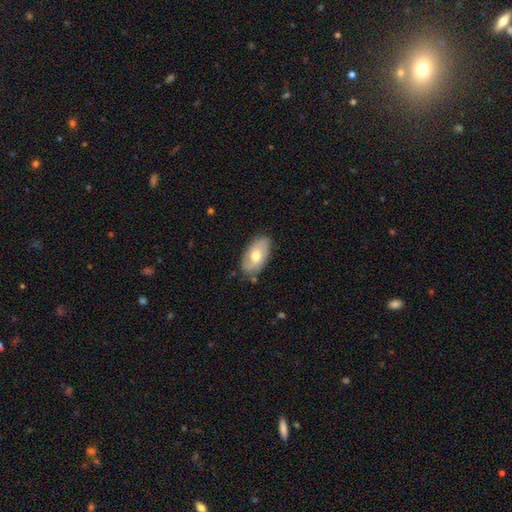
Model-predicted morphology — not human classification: smooth_or_featured: featured or disk (p=0.47) [tied with: smooth p=0.47]
merging: none (p=0.78) [alt: minor disturbance p=0.17]